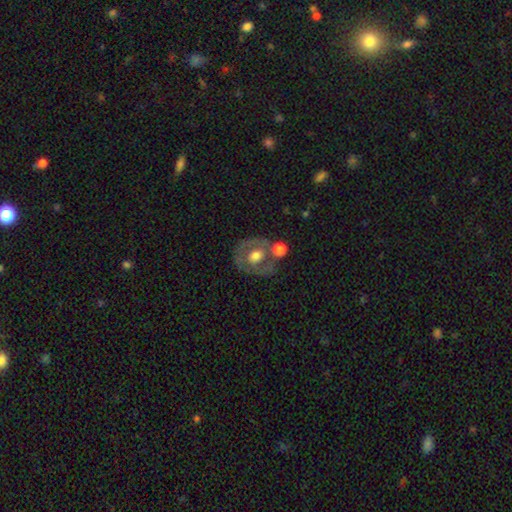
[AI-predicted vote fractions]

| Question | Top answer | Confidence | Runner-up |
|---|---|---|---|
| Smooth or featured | featured or disk | 56% | smooth (37%) |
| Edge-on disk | no | 95% | yes (5%) |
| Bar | no | 76% | weak (18%) |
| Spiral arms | no | 67% | yes (33%) |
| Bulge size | moderate | 62% | large (25%) |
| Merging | none | 56% | merger (19%) |